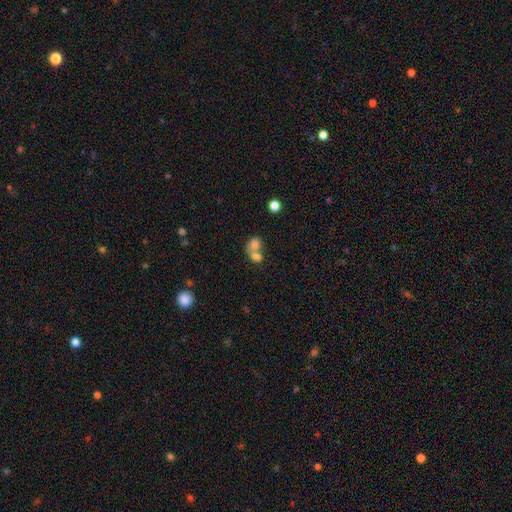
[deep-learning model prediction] Morphology: type=smooth (74%); roundness=in between (60%); merging=merger (70%).